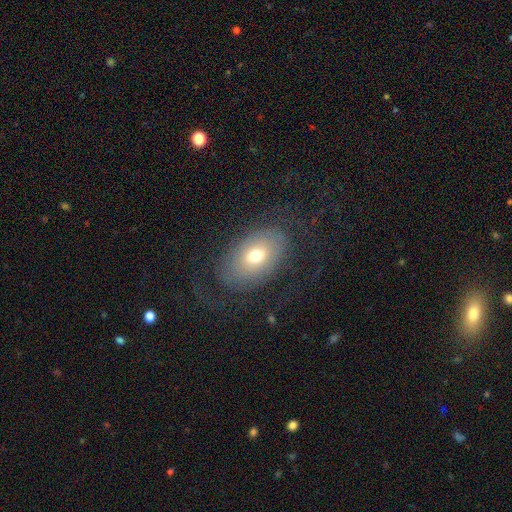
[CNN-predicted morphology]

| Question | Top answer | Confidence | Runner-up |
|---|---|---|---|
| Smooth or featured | smooth | 55% | featured or disk (35%) |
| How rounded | in between | 86% | round (13%) |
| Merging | none | 68% | minor disturbance (16%) |